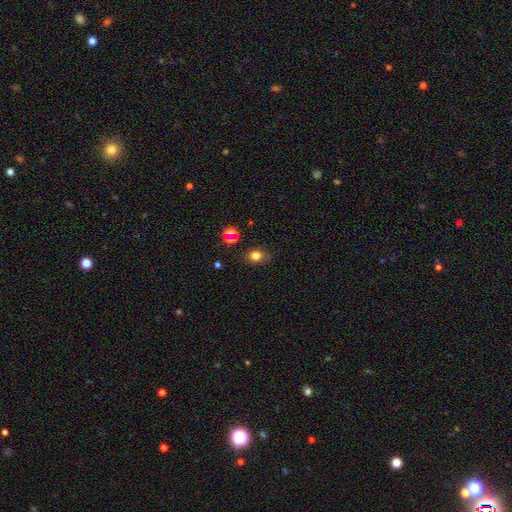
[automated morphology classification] This is likely a smooth galaxy (79%). How rounded: possibly in between (58%). Merging: likely none (76%).